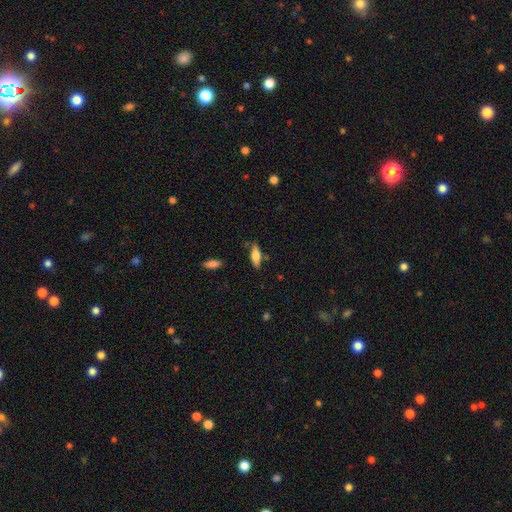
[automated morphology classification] A smooth galaxy with no disk features (69%) that is in between round and cigar-shaped (57%). Merging: none (76%).